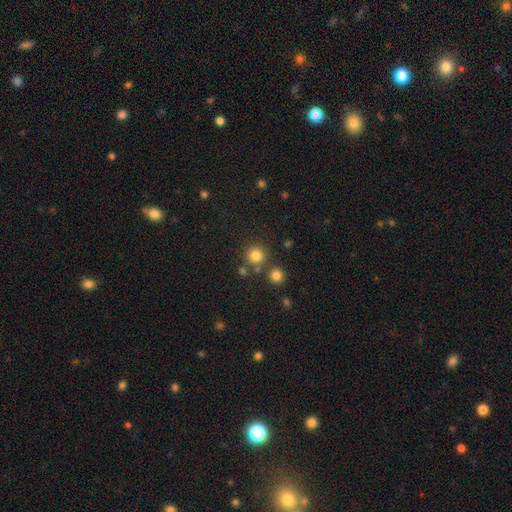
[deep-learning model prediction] A smooth galaxy with no disk features (80%) that is round (94%). Merging: none (79%).